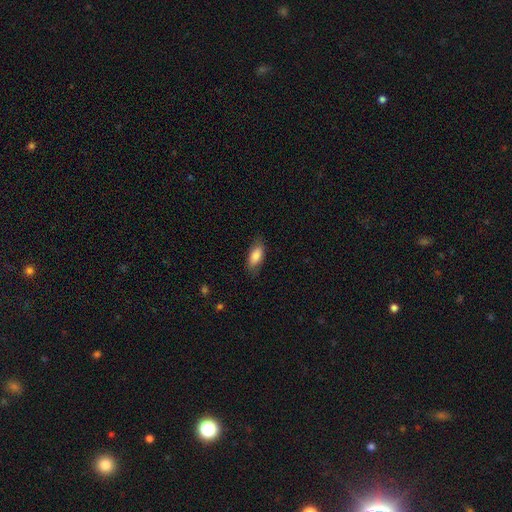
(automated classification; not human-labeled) Smooth or featured? smooth (82%)
How rounded? in between (83%)
Merging? none (81%)